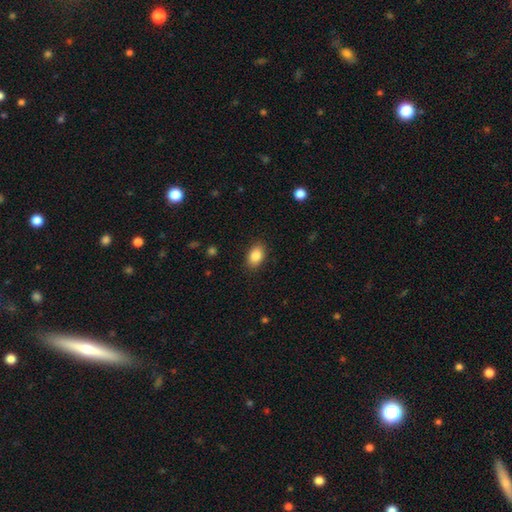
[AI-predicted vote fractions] Q: Smooth or featured?
A: smooth (88%); runner-up: star or artifact (8%)
Q: How rounded?
A: in between (88%); runner-up: round (11%)
Q: Merging?
A: none (88%); runner-up: minor disturbance (9%)